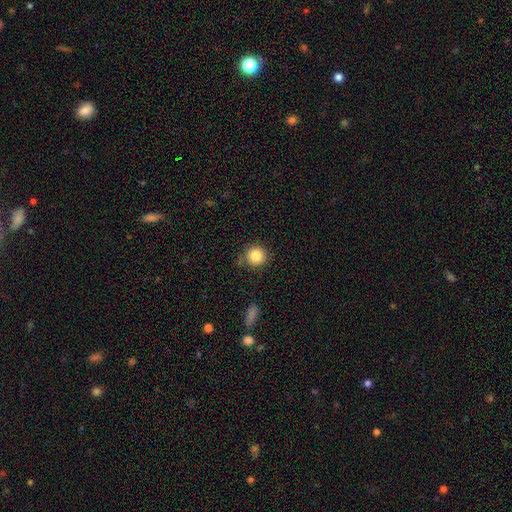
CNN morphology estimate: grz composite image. It shows a smooth galaxy with no disk features (84%) that is round (92%). Merging: none (80%).